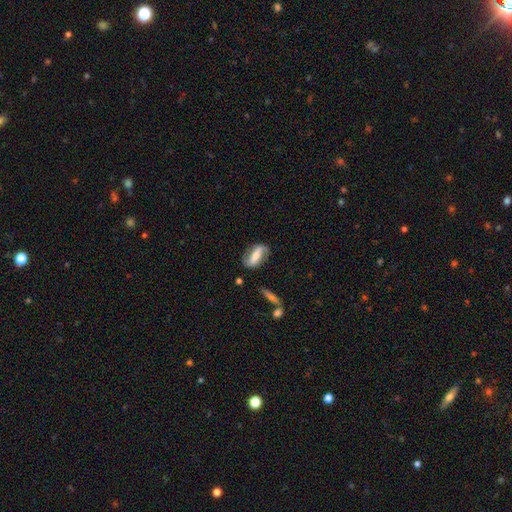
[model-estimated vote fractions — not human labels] This is likely a featured or disk galaxy (63%). It is clearly not viewed edge-on (89%). Bar: possibly strong (60%). Spiral arm pattern: clearly yes (84%). Central bulge: marginally moderate (38%). Merging: likely none (73%).